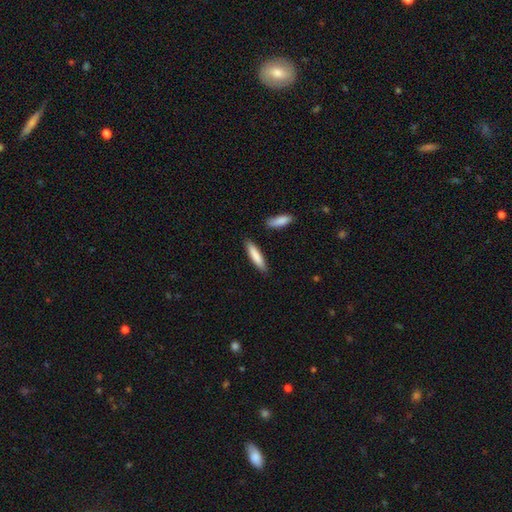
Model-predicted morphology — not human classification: smooth_or_featured: smooth (p=0.82) [alt: featured or disk p=0.12]
how_rounded: cigar-shaped (p=0.82) [alt: in between p=0.16]
merging: none (p=0.86) [alt: minor disturbance p=0.09]